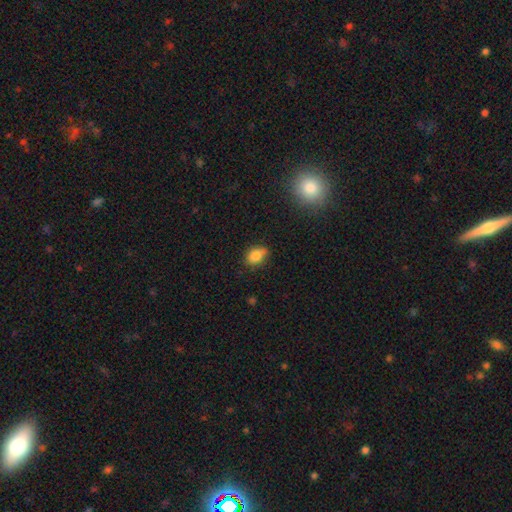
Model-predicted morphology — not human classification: This appears to be a smooth galaxy with no disk features (82%) that is in between round and cigar-shaped (73%). Merging: none (64%).